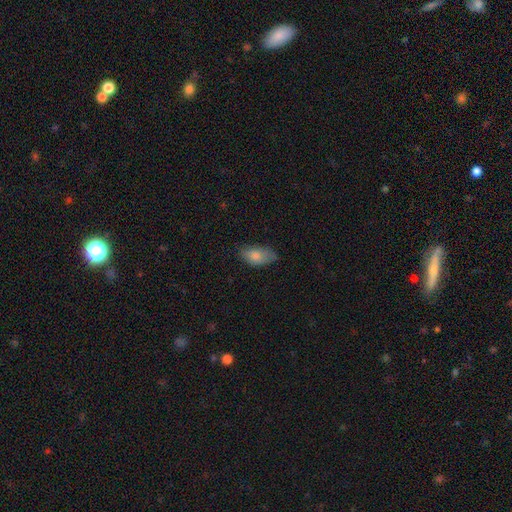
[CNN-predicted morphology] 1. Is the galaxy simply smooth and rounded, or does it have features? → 77% smooth, 15% featured or disk, 8% star or artifact.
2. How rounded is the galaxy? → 91% in between, 5% round, 4% cigar-shaped.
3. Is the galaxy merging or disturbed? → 66% none, 27% minor disturbance, 5% major disturbance, 1% merger.